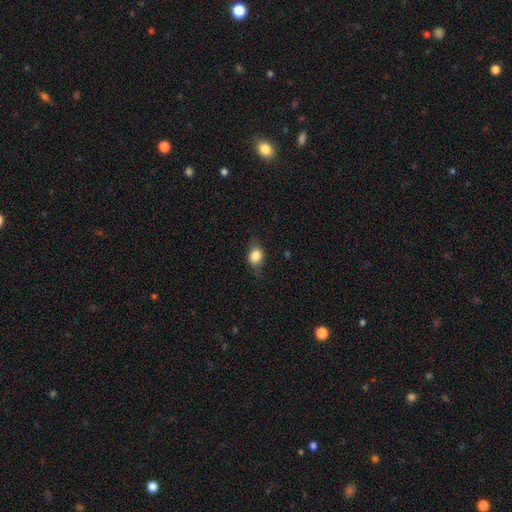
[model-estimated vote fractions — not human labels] Smooth or featured? Predicted: smooth (p=0.81). How rounded? Predicted: in between (p=0.50). Merging? Predicted: none (p=0.72).